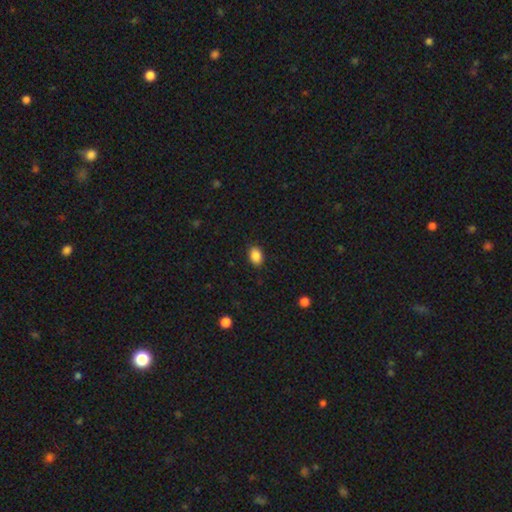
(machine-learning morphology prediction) A smooth galaxy with no disk features (88%) that is in between round and cigar-shaped (78%). Merging: none (86%).